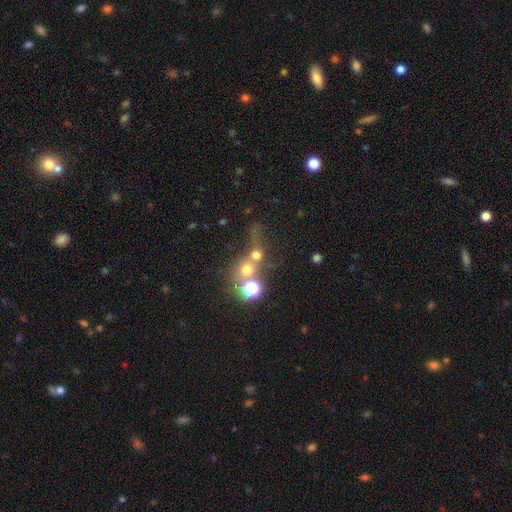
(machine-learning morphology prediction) smooth-or-featured: smooth: 55% | star or artifact: 27% | featured or disk: 18%
  how-rounded: round: 83% | in between: 15% | cigar-shaped: 2%
  merging: merger: 44% | none: 38% | major disturbance: 10% | minor disturbance: 8%